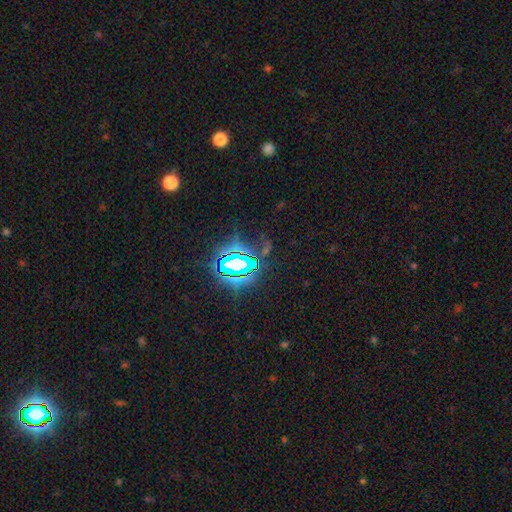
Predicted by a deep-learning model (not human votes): star or artifact 80%, smooth 12%, featured or disk 8%.